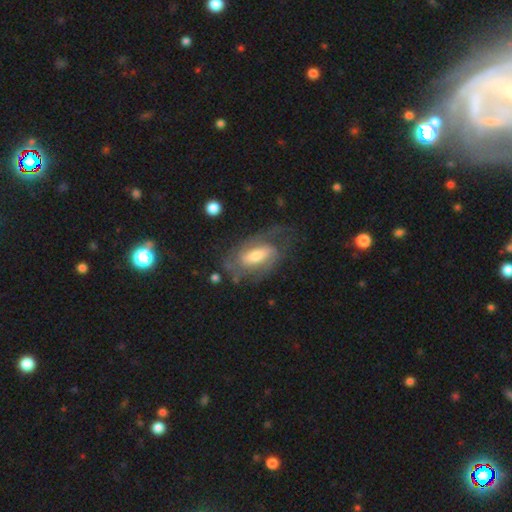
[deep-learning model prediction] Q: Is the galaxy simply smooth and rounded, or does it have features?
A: featured or disk — 75%.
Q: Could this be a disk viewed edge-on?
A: no — 94%.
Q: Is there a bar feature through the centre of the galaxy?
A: weak — 44%.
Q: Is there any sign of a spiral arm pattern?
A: yes — 90%.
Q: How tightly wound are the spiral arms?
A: medium — 44%.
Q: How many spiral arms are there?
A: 2 — 63%.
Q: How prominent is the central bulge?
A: moderate — 51%.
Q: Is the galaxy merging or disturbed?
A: none — 61%.